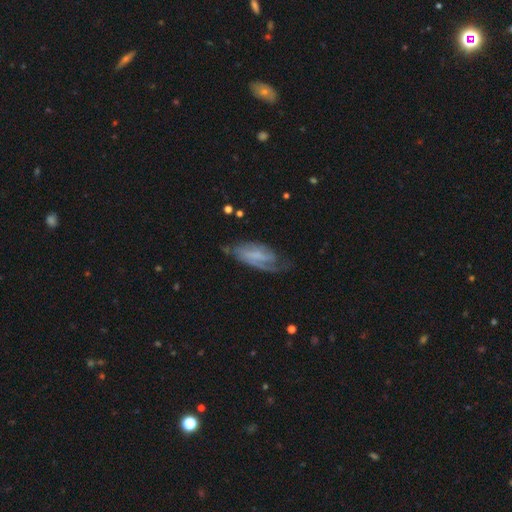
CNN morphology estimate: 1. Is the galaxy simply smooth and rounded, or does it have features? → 70% featured or disk, 23% smooth, 7% star or artifact.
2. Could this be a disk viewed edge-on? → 90% no, 10% yes.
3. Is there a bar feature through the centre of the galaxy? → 41% weak, 35% no, 24% strong.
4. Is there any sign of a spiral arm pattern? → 88% yes, 12% no.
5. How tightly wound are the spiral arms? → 41% medium, 39% tight, 20% loose.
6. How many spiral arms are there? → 47% 2, 28% 1, 19% can't tell, 4% 3, 1% 4, 1% more than 4.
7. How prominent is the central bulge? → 51% none, 30% small, 13% moderate, 4% large, 1% dominant.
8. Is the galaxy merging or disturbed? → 54% none, 25% minor disturbance, 18% major disturbance, 3% merger.